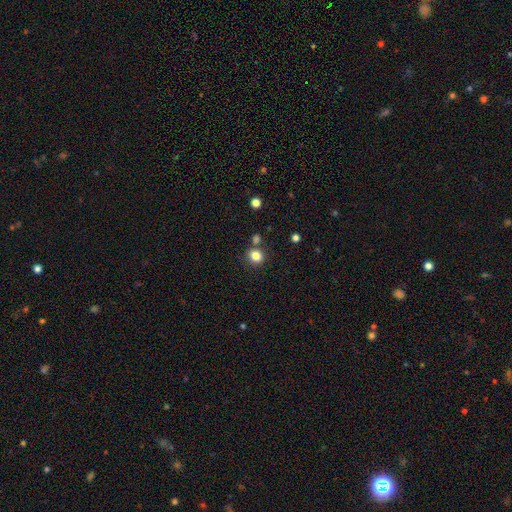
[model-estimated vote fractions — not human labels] A smooth galaxy with no disk features (83%) that is round (81%). Merging: none (75%).